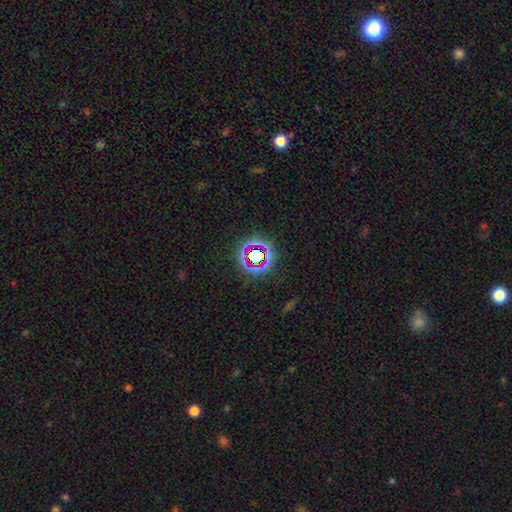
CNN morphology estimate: The model was most divided on "smooth or featured": star or artifact: 70%, smooth: 20%, featured or disk: 10%.